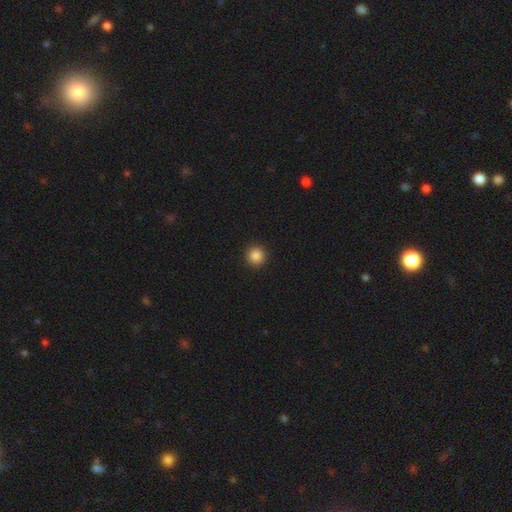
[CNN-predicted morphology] Smooth or featured?
  - smooth: 87% *
  - star or artifact: 10%
  - featured or disk: 3%
How rounded?
  - round: 96% *
  - in between: 3%
  - cigar-shaped: 1%
Merging?
  - none: 93% *
  - minor disturbance: 4%
  - major disturbance: 2%
  - merger: 1%